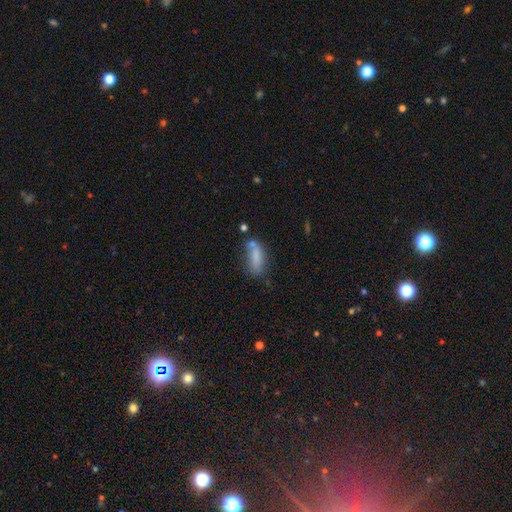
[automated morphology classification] smooth_or_featured: smooth (p=0.72) [alt: featured or disk p=0.18]
how_rounded: in between (p=0.61) [alt: cigar-shaped p=0.36]
merging: none (p=0.43) [alt: minor disturbance p=0.26]